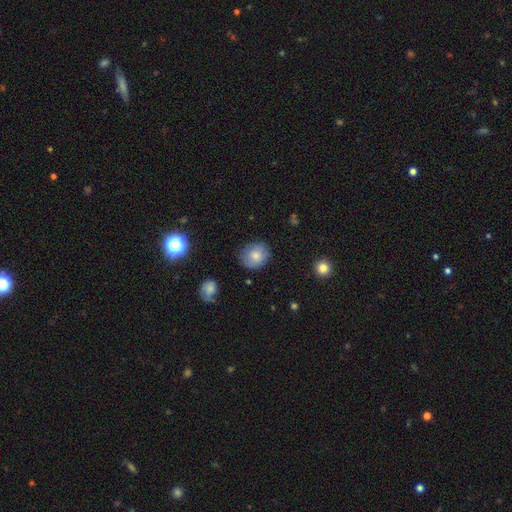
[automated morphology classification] This appears to be a smooth galaxy with no disk features (73%) that is round (74%). Merging: none (77%).